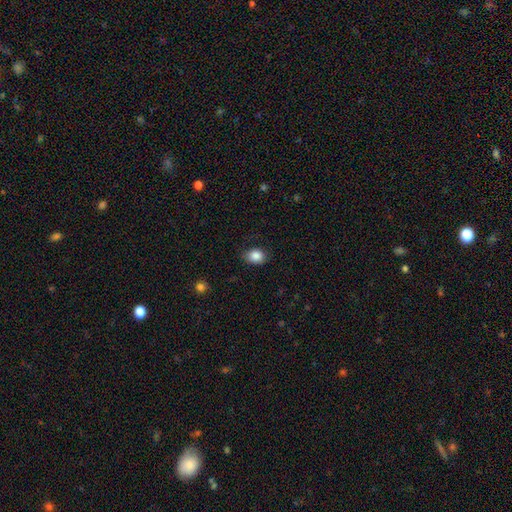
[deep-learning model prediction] A smooth galaxy with no disk features (86%) that is in between round and cigar-shaped (52%).

Vote fractions:
- Smooth or featured? smooth: 86% / star or artifact: 9% / featured or disk: 4%
- How rounded? in between: 52% / round: 47% / cigar-shaped: 1%
- Merging? none: 77% / minor disturbance: 18% / major disturbance: 4% / merger: 1%